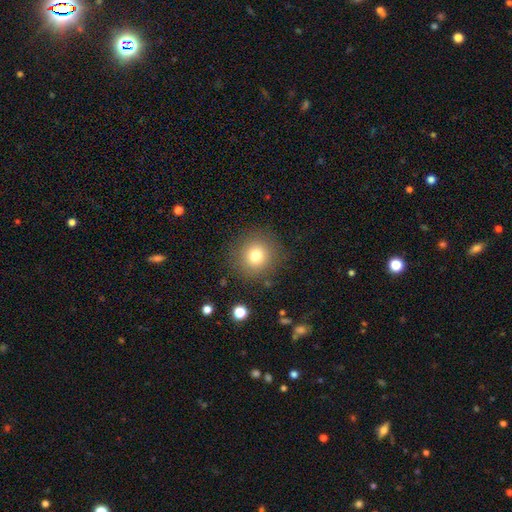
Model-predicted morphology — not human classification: A smooth galaxy with no disk features (76%) that is round (93%).

Vote fractions:
- Smooth or featured? smooth: 76% / star or artifact: 13% / featured or disk: 10%
- How rounded? round: 93% / in between: 6% / cigar-shaped: 1%
- Merging? none: 86% / minor disturbance: 8% / major disturbance: 4% / merger: 2%